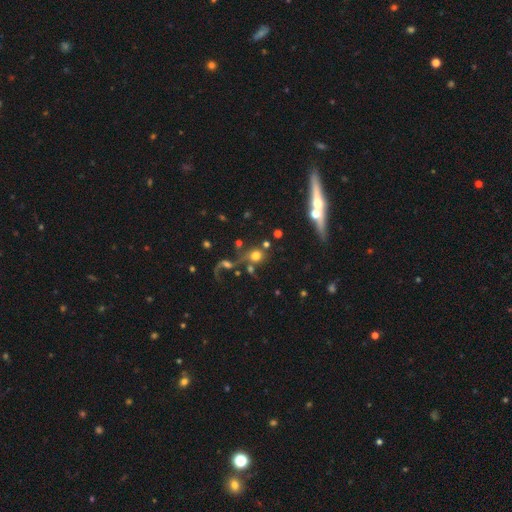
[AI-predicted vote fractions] This is likely a smooth galaxy (66%). How rounded: clearly round (88%). Merging: possibly none (54%).